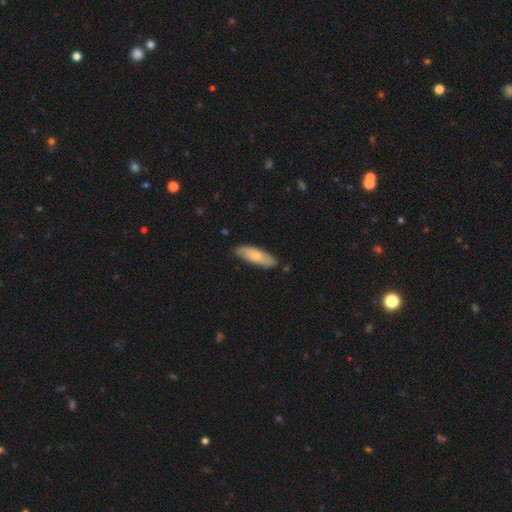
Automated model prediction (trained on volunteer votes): Smooth or featured: smooth — 66% (featured or disk — 28%)
How rounded: in between — 60% (cigar-shaped — 38%)
Merging: none — 80% (minor disturbance — 16%)